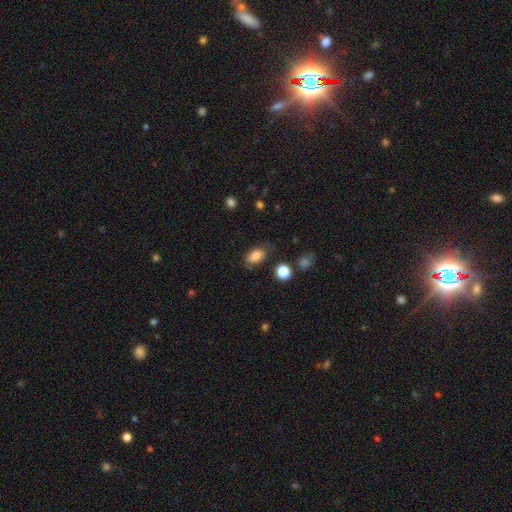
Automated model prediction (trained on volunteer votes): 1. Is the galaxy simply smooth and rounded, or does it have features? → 78% smooth, 12% featured or disk, 10% star or artifact.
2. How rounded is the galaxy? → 87% in between, 11% round, 2% cigar-shaped.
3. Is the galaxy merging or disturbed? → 67% none, 23% minor disturbance, 7% major disturbance, 3% merger.